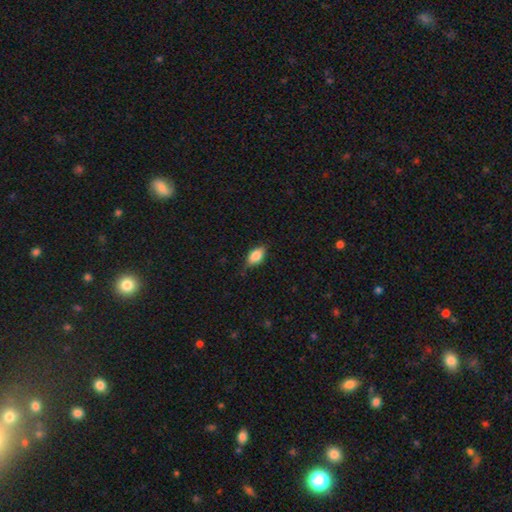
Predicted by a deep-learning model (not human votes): Smooth or featured?
  - smooth: 81% *
  - featured or disk: 12%
  - star or artifact: 8%
How rounded?
  - in between: 88% *
  - round: 6%
  - cigar-shaped: 6%
Merging?
  - none: 78% *
  - minor disturbance: 18%
  - major disturbance: 3%
  - merger: 1%